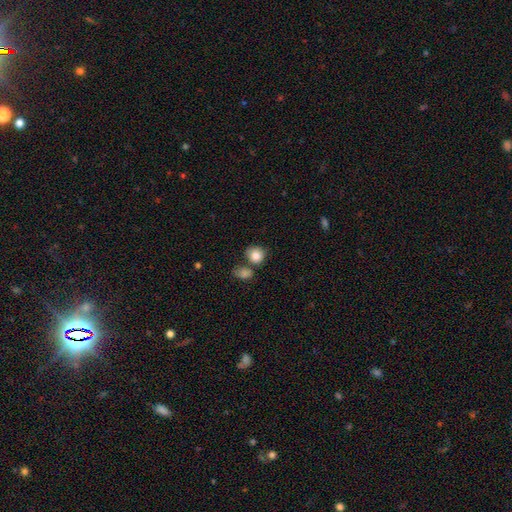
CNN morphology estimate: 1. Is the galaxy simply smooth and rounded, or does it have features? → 85% smooth, 9% star or artifact, 6% featured or disk.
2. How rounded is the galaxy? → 82% round, 17% in between, 1% cigar-shaped.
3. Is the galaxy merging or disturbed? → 61% none, 20% merger, 14% minor disturbance, 5% major disturbance.